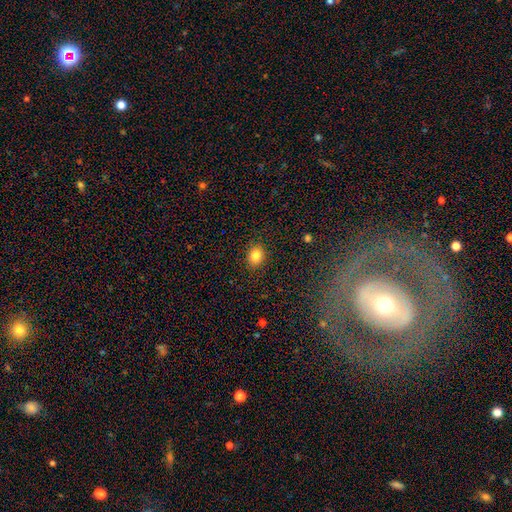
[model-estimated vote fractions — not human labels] Smooth or featured: smooth — 83% (star or artifact — 10%)
How rounded: round — 51% (in between — 48%)
Merging: none — 88% (minor disturbance — 9%)